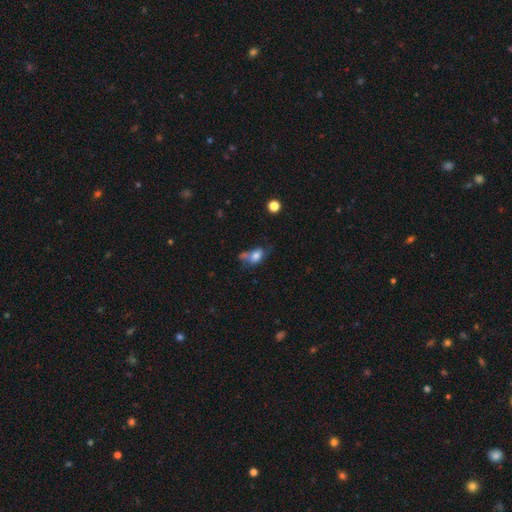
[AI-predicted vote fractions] smooth-or-featured: smooth: 73% | featured or disk: 16% | star or artifact: 11%
  how-rounded: in between: 81% | round: 16% | cigar-shaped: 3%
  merging: none: 31% | minor disturbance: 26% | merger: 23% | major disturbance: 20%